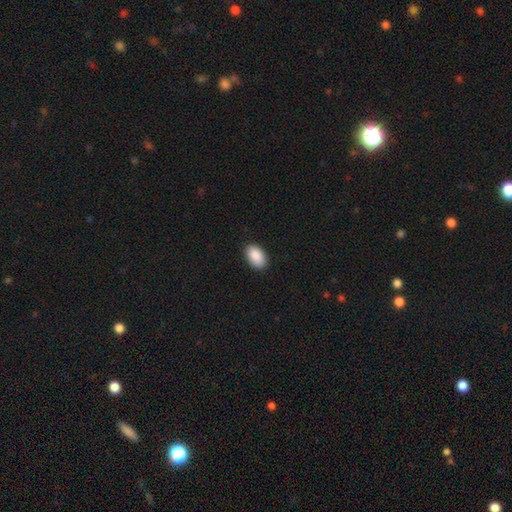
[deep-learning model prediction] Smooth or featured? smooth (91%)
How rounded? in between (93%)
Merging? none (89%)